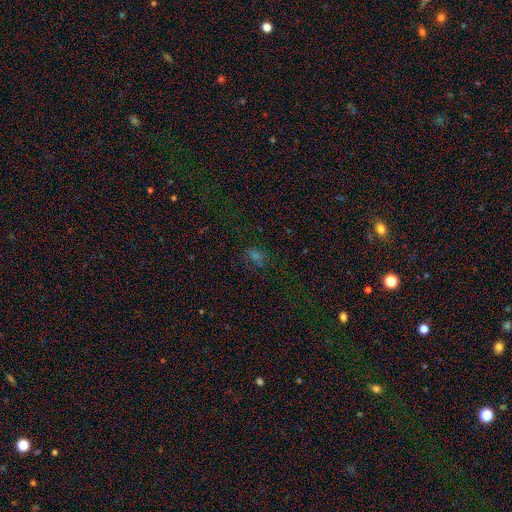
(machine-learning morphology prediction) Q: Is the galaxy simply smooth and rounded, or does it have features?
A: smooth — 49%.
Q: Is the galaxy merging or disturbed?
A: none — 73%.